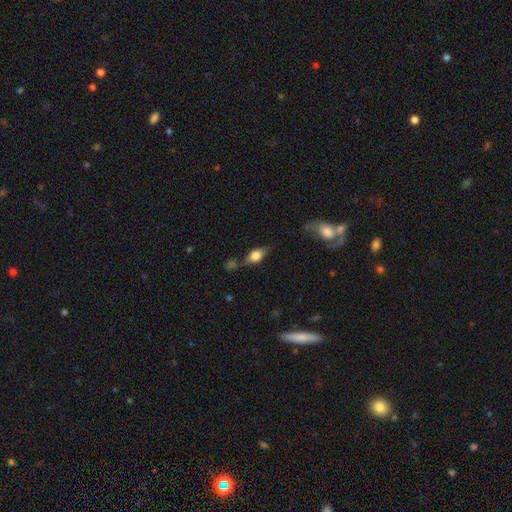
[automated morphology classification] Overall: smooth (68%). How rounded: in between (77%). Merging: none (61%; minor disturbance 22%).